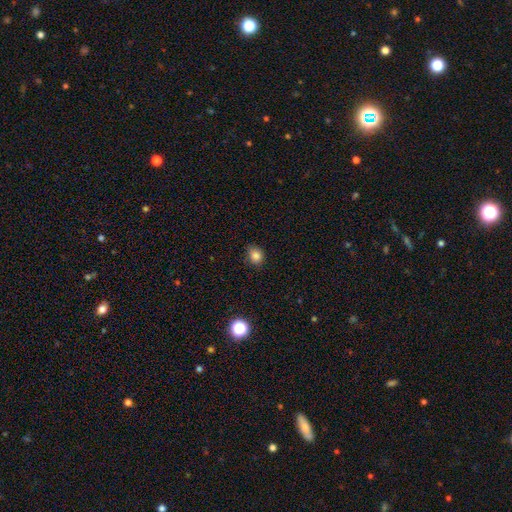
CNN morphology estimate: A smooth galaxy with no disk features (83%) that is round (64%). Merging: none (79%).